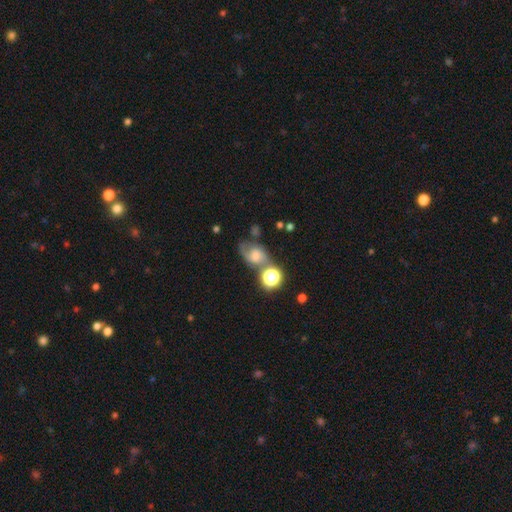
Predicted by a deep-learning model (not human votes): featured or disk 49%, smooth 29%, star or artifact 22%. Down the decision tree: merging — none (47%).